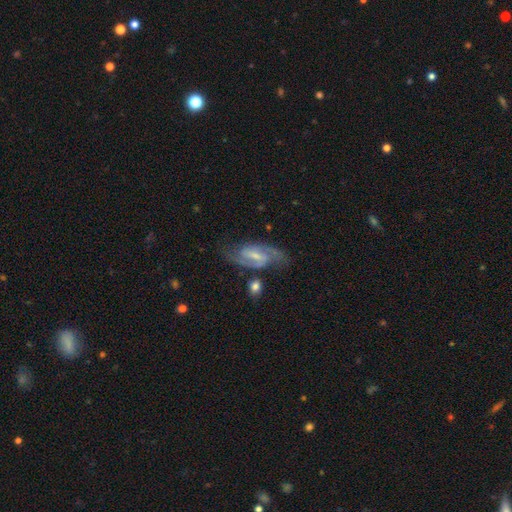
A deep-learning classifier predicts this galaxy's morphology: A featured or disk galaxy (85%) with a weak bar (50%), 2 (91%) medium (56%) spiral arms (96%) and a small central bulge (57%).

Vote fractions:
- Smooth or featured? featured or disk: 85% / smooth: 10% / star or artifact: 5%
- Edge-on disk? no: 95% / yes: 5%
- Bar? weak: 50% / strong: 36% / no: 14%
- Spiral arms? yes: 96% / no: 4%
- Spiral winding? medium: 56% / loose: 23% / tight: 22%
- Spiral arm count? 2: 91% / can't tell: 4% / 1: 2% / 3: 1% / 4: 1% / more than 4: 1%
- Bulge size? small: 57% / moderate: 30% / none: 10% / large: 3% / dominant: 1%
- Merging? none: 70% / minor disturbance: 17% / major disturbance: 7% / merger: 6%